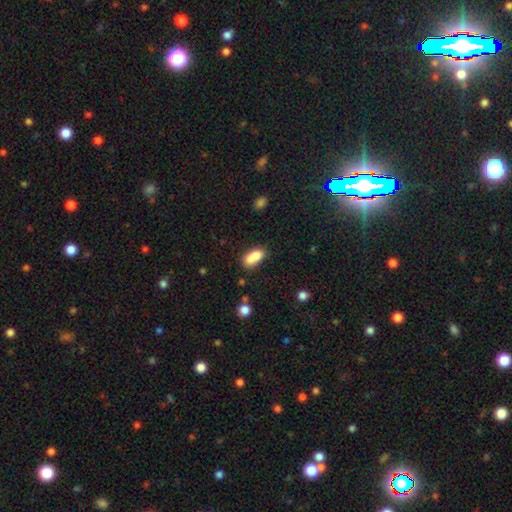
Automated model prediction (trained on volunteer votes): smooth-or-featured: smooth: 76% | featured or disk: 15% | star or artifact: 9%
  how-rounded: in between: 82% | round: 13% | cigar-shaped: 5%
  merging: merger: 49% | none: 31% | minor disturbance: 14% | major disturbance: 6%